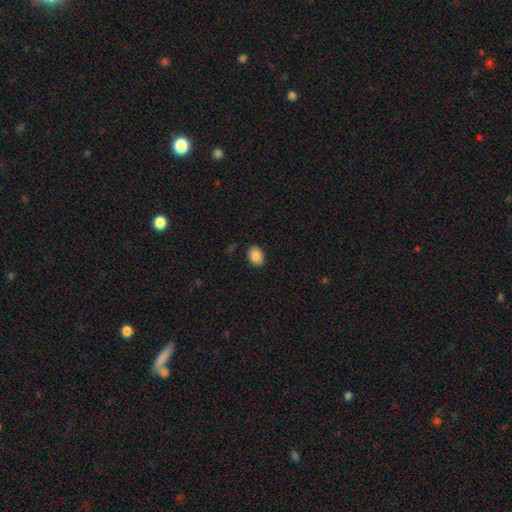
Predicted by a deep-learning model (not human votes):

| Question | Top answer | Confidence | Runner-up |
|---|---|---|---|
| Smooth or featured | smooth | 86% | star or artifact (7%) |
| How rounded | in between | 78% | round (21%) |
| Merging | none | 88% | minor disturbance (9%) |